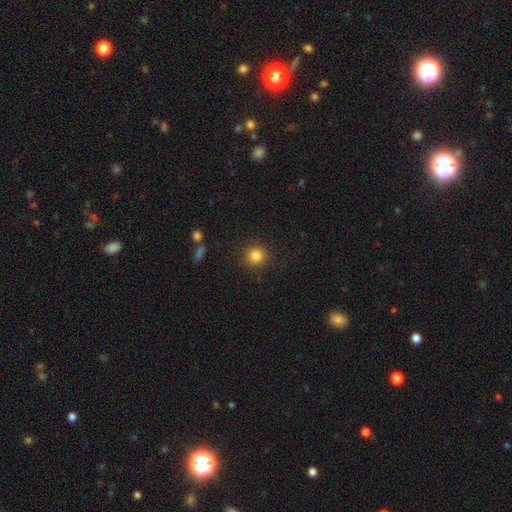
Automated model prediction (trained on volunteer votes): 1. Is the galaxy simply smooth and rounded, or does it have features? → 84% smooth, 11% star or artifact, 5% featured or disk.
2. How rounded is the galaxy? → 92% round, 7% in between, 1% cigar-shaped.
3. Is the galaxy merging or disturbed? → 90% none, 7% minor disturbance, 3% major disturbance, 1% merger.